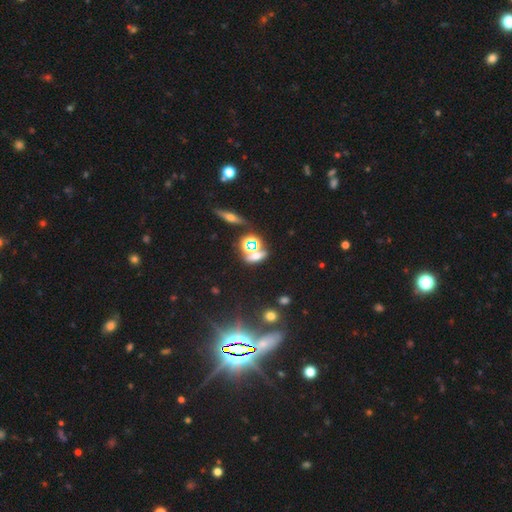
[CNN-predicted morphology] smooth_or_featured: star or artifact (p=0.47) [alt: smooth p=0.35]